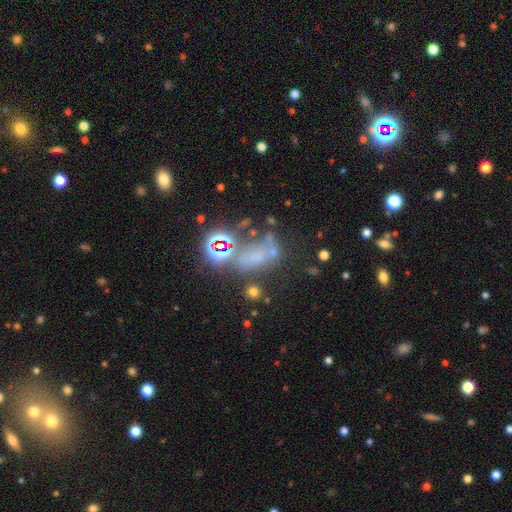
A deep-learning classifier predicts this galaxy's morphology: Smooth or featured: star or artifact — 43% (smooth — 32%)